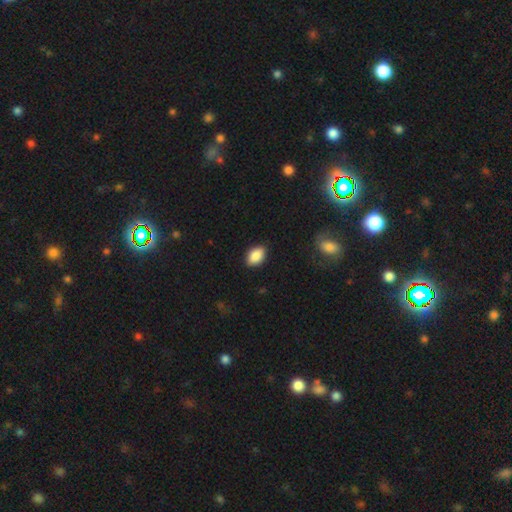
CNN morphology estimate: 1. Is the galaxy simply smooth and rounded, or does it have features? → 88% smooth, 7% star or artifact, 5% featured or disk.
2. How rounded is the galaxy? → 89% in between, 10% round, 1% cigar-shaped.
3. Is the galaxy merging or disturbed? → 87% none, 10% minor disturbance, 2% major disturbance, 1% merger.